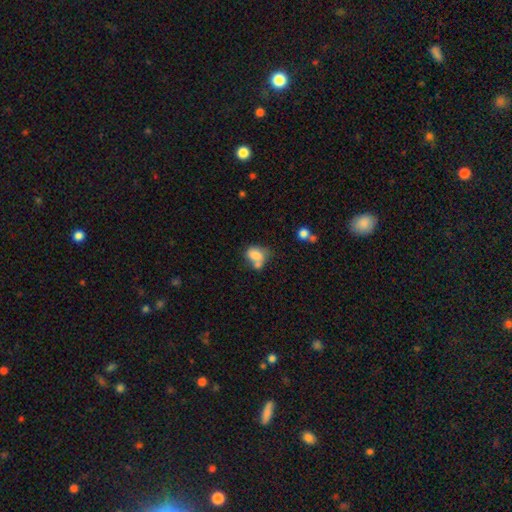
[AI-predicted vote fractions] smooth-or-featured: smooth: 75% | featured or disk: 16% | star or artifact: 10%
  how-rounded: in between: 64% | round: 35% | cigar-shaped: 1%
  merging: merger: 40% | none: 32% | minor disturbance: 19% | major disturbance: 9%